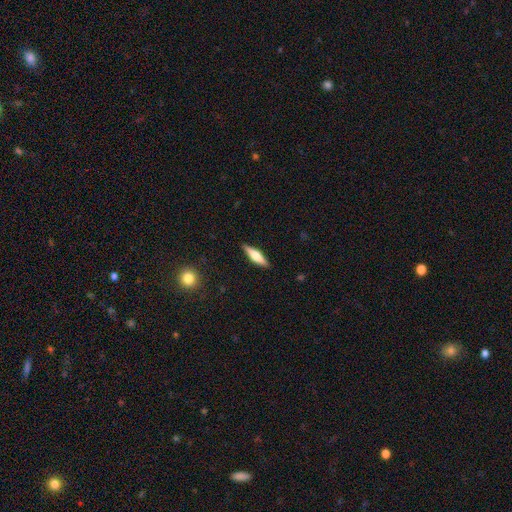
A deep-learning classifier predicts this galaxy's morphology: type=smooth (50%); roundness=cigar-shaped (70%); merging=none (88%).